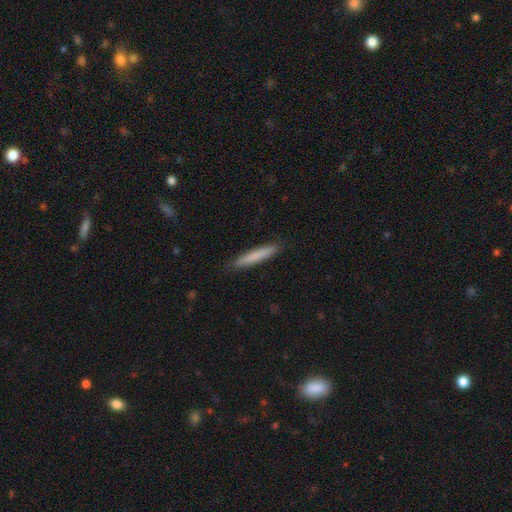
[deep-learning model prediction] Smooth or featured: smooth — 79% (featured or disk — 15%)
How rounded: cigar-shaped — 94% (in between — 4%)
Merging: none — 90% (minor disturbance — 8%)